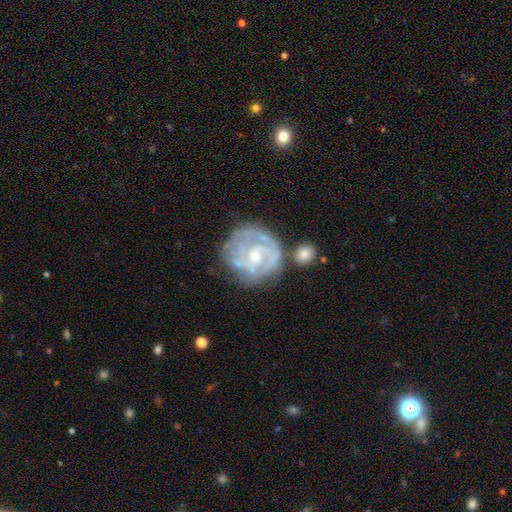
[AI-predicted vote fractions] A featured or disk galaxy (82%) with no bar (67%), tight (70%) spiral arms (86%) and a small central bulge (59%). Merging: none (61%).